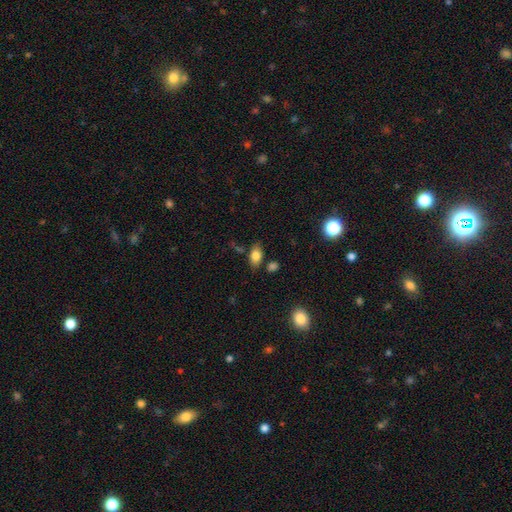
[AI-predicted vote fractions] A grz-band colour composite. It shows a smooth galaxy with no disk features (81%) that is in between round and cigar-shaped (87%). Merging: none (74%).